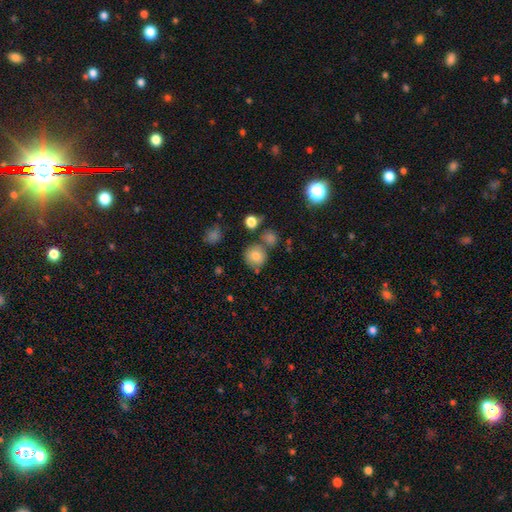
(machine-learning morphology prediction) Smooth or featured?
  - smooth: 79% *
  - star or artifact: 12%
  - featured or disk: 10%
How rounded?
  - round: 86% *
  - in between: 13%
  - cigar-shaped: 1%
Merging?
  - none: 68% *
  - merger: 15%
  - minor disturbance: 13%
  - major disturbance: 4%